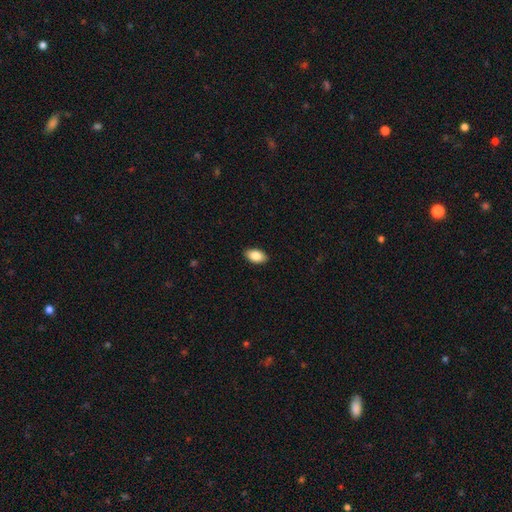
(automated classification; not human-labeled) The model was most divided on "smooth or featured": smooth: 86%, featured or disk: 7%, star or artifact: 7%. More confident: how rounded — in between (93%); merging — none (90%).